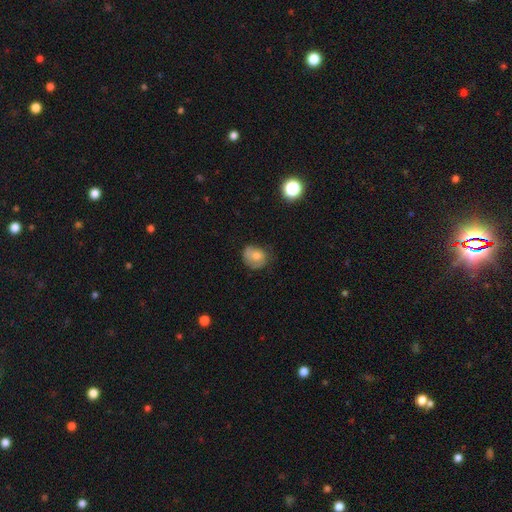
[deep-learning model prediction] Smooth or featured? Predicted: smooth (p=0.70). How rounded? Predicted: round (p=0.67). Merging? Predicted: none (p=0.51).